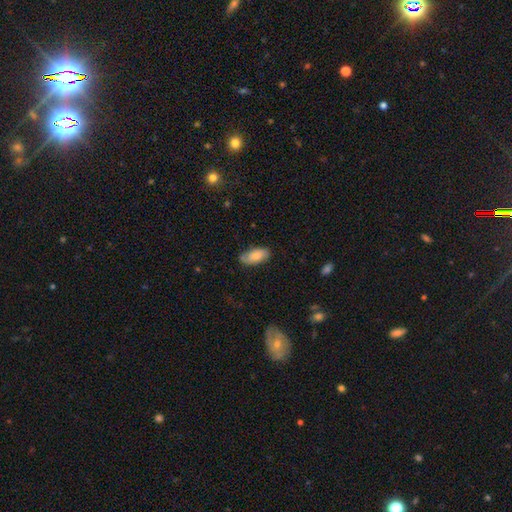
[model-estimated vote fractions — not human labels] Smooth or featured? Predicted: smooth (p=0.78). How rounded? Predicted: in between (p=0.91). Merging? Predicted: none (p=0.77).